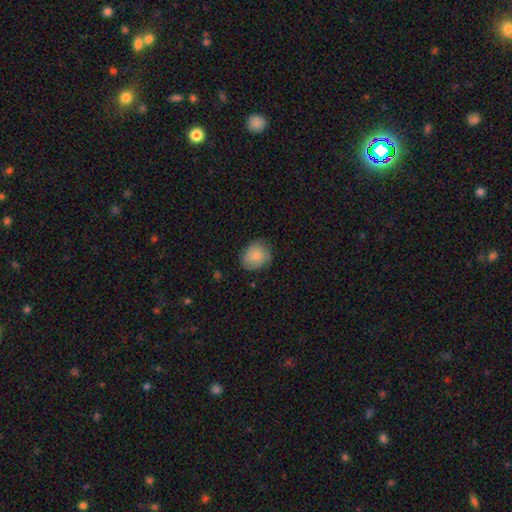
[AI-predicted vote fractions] Smooth or featured? Predicted: smooth (p=0.81). How rounded? Predicted: round (p=0.58). Merging? Predicted: none (p=0.71).